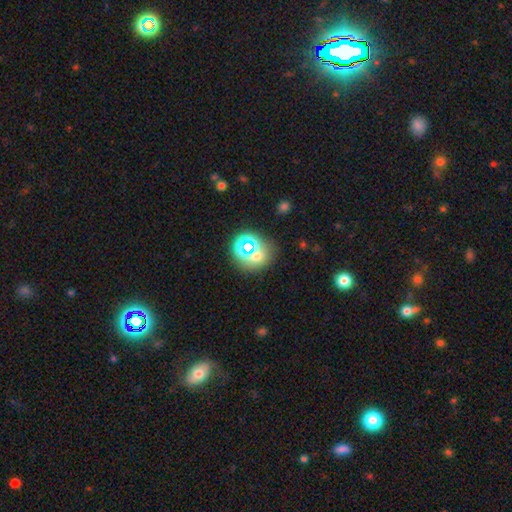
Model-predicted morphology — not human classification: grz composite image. It shows a star or artifact, not a galaxy (54%).